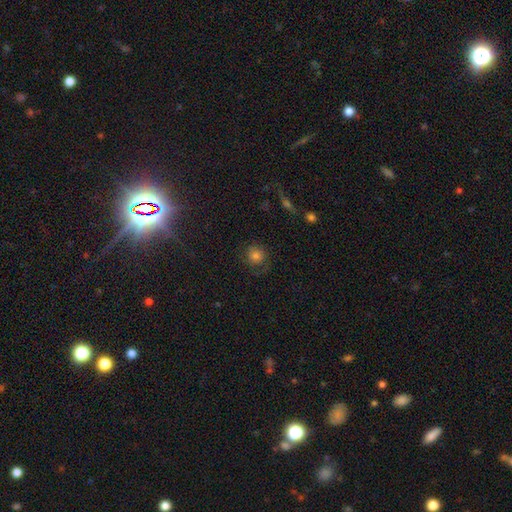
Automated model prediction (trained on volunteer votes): smooth_or_featured: smooth (p=0.72) [alt: featured or disk p=0.15]
how_rounded: round (p=0.89) [alt: in between p=0.10]
merging: none (p=0.67) [alt: minor disturbance p=0.18]